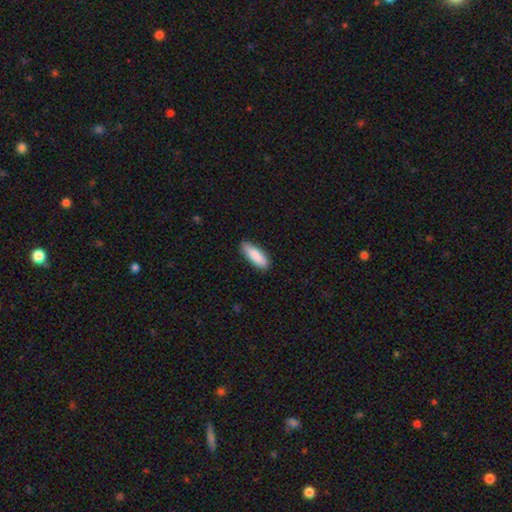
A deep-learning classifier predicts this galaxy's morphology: This appears to be a smooth galaxy with no disk features (89%) that is in between round and cigar-shaped (59%). Merging: none (87%).